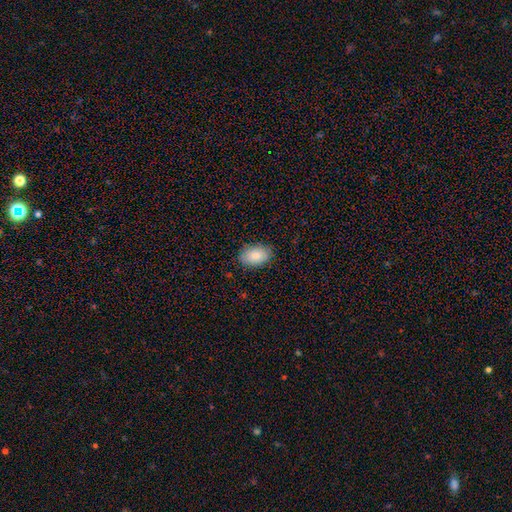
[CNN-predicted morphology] smooth 84%, featured or disk 9%, star or artifact 7%. Down the decision tree: how rounded — in between (91%); merging — none (85%).